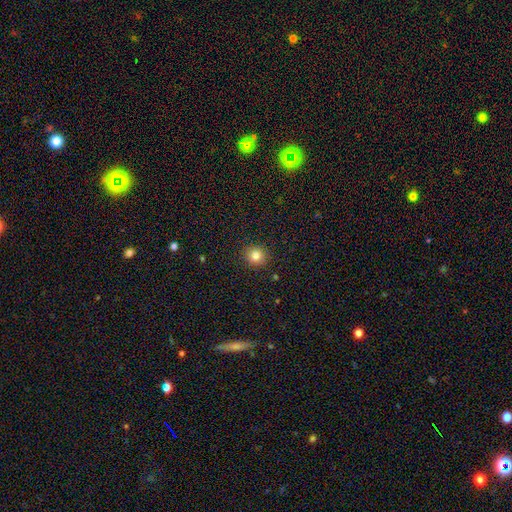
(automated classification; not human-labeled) This appears to be a smooth galaxy with no disk features (82%) that is round (92%). Merging: none (92%).